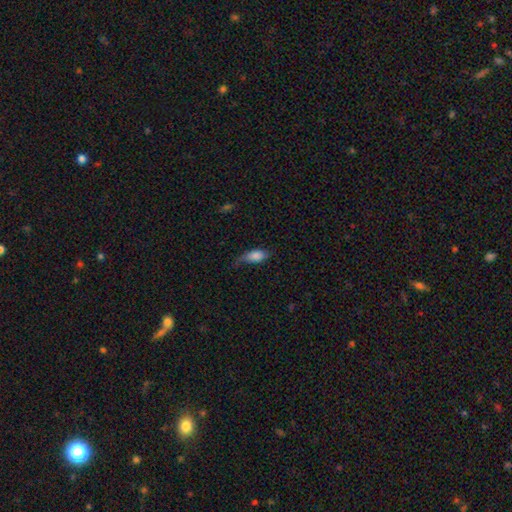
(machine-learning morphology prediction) smooth_or_featured: smooth (p=0.81) [alt: featured or disk p=0.12]
how_rounded: in between (p=0.86) [alt: cigar-shaped p=0.10]
merging: minor disturbance (p=0.40) [alt: none p=0.39]